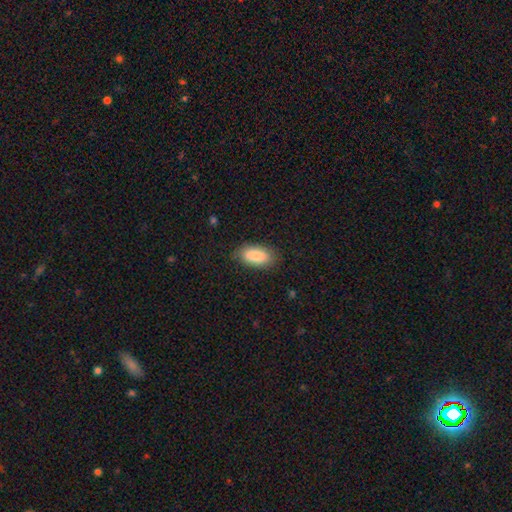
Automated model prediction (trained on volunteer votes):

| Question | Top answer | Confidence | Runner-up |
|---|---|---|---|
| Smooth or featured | smooth | 85% | featured or disk (8%) |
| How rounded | in between | 90% | cigar-shaped (7%) |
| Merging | none | 83% | minor disturbance (13%) |